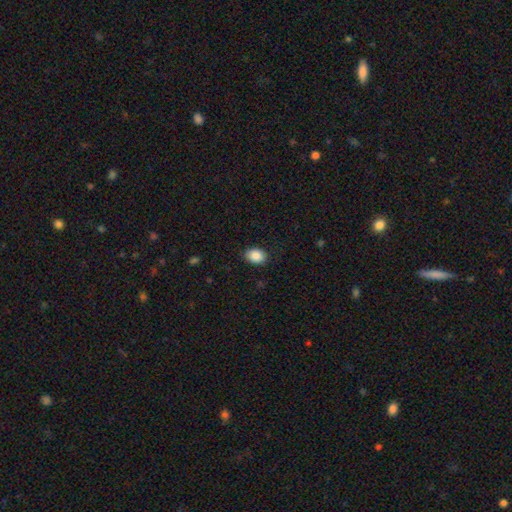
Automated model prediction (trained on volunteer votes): Morphology: type=smooth (89%); roundness=in between (74%); merging=none (88%).